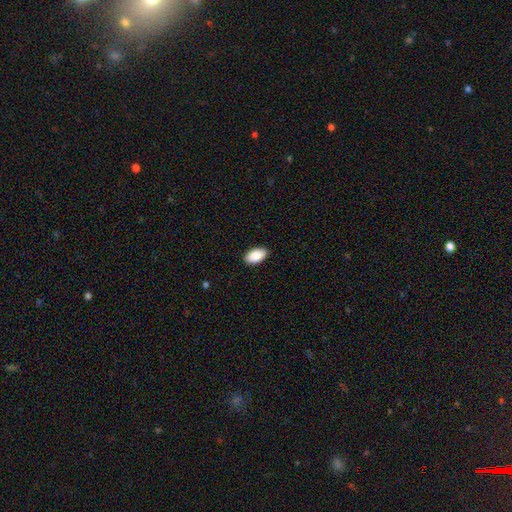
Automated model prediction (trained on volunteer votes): Smooth or featured? smooth (89%)
How rounded? in between (95%)
Merging? none (89%)